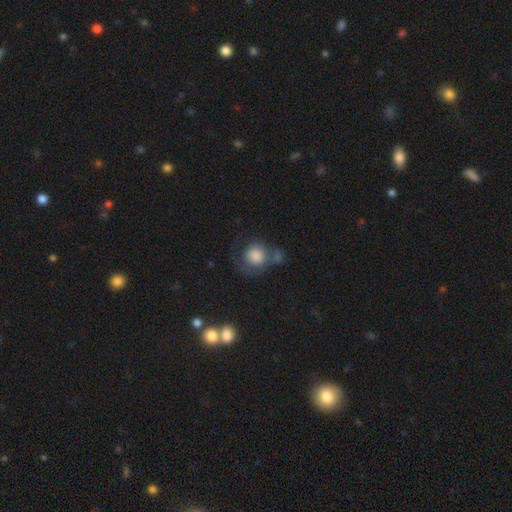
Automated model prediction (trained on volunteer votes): This appears to be a smooth galaxy with no disk features (76%) that is round (81%). Merging: none (36%).